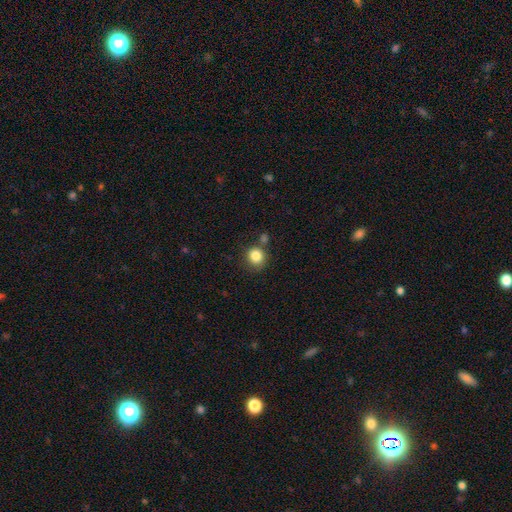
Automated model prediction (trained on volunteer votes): smooth-or-featured: smooth: 85% | star or artifact: 10% | featured or disk: 5%
  how-rounded: round: 85% | in between: 14% | cigar-shaped: 1%
  merging: none: 71% | minor disturbance: 13% | merger: 12% | major disturbance: 4%